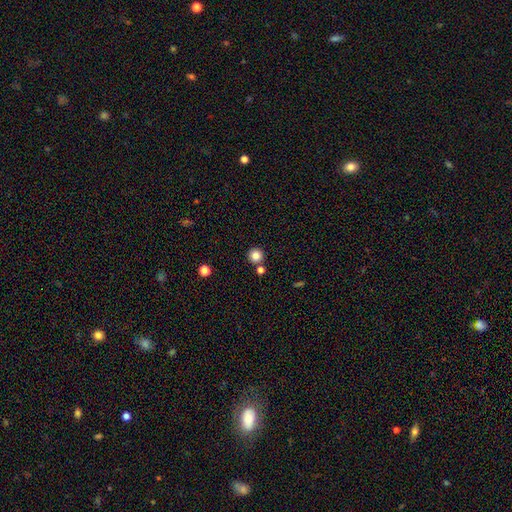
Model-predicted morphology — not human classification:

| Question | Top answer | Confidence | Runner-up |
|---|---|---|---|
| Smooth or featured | smooth | 83% | star or artifact (11%) |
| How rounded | round | 95% | in between (4%) |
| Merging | none | 82% | merger (9%) |